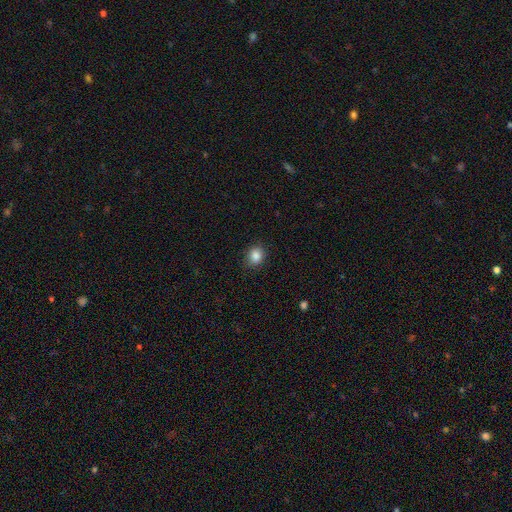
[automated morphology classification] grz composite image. It shows a smooth galaxy with no disk features (86%) that is round (64%). Merging: none (87%).